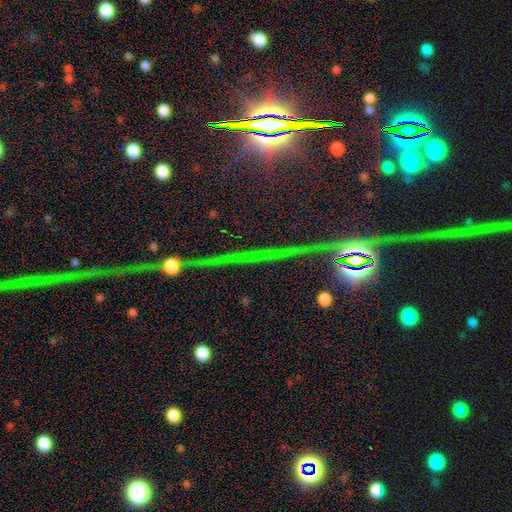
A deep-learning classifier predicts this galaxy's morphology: Smooth or featured: star or artifact — 80% (featured or disk — 13%)